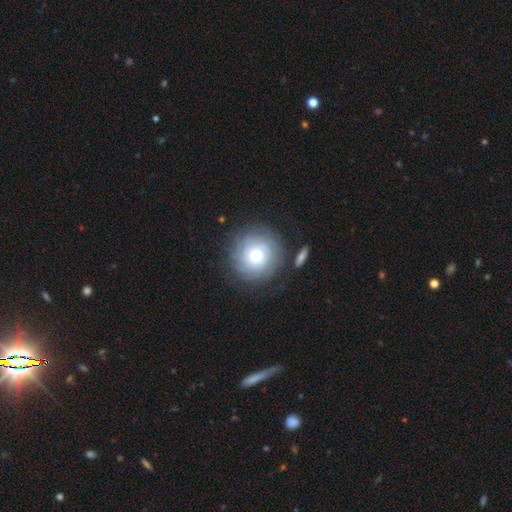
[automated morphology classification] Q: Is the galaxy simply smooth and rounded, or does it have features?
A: featured or disk — 61%.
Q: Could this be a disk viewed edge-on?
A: no — 97%.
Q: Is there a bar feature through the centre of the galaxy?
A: no — 78%.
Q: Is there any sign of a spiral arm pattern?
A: yes — 86%.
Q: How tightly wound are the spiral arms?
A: tight — 76%.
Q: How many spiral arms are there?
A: can't tell — 46%.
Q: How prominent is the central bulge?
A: moderate — 68%.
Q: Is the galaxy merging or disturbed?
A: none — 81%.